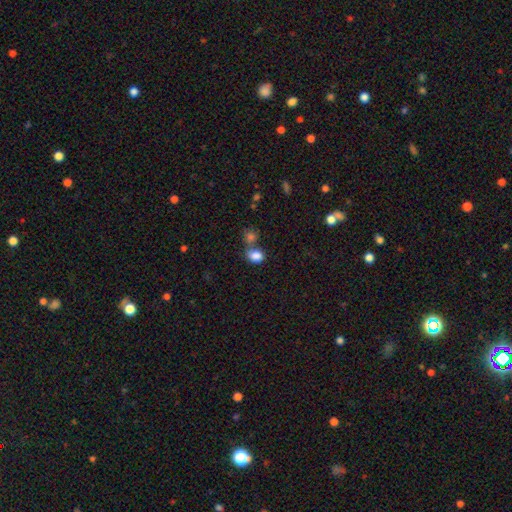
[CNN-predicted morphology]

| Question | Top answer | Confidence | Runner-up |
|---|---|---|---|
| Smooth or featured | smooth | 84% | star or artifact (10%) |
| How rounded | in between | 65% | round (34%) |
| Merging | none | 47% | merger (37%) |